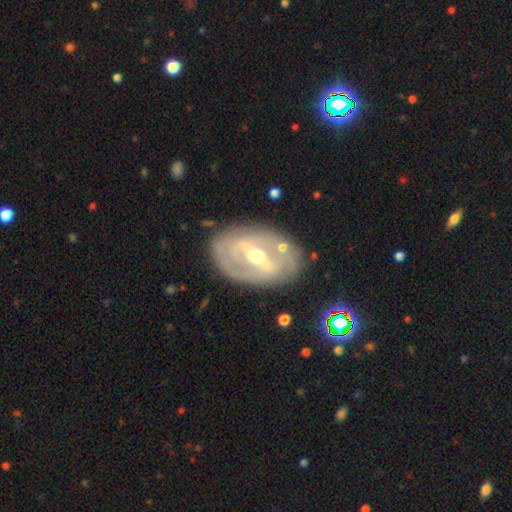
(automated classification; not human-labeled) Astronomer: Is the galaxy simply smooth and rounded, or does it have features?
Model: featured or disk — 82%.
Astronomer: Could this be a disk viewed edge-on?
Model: no — 92%.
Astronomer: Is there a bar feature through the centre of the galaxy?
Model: strong — 64%.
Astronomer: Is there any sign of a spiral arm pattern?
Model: yes — 61% (runner-up: no, 39%).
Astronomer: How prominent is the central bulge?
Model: moderate — 67%.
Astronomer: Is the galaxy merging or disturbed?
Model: none — 79%.